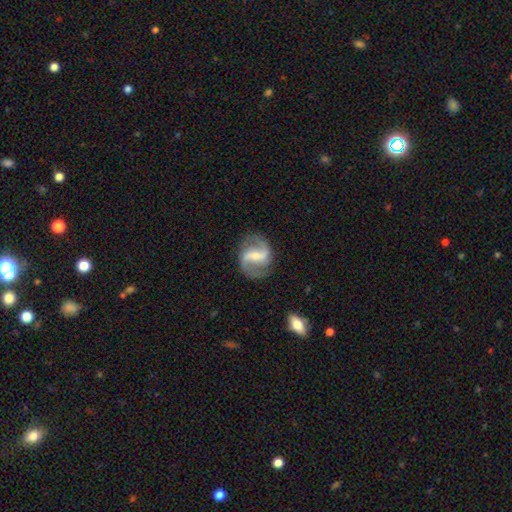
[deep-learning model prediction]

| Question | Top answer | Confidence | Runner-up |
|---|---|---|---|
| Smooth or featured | featured or disk | 87% | smooth (8%) |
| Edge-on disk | no | 98% | yes (2%) |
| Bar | strong | 44% | weak (40%) |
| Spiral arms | yes | 96% | no (4%) |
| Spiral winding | loose | 53% | medium (38%) |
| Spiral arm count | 2 | 93% | can't tell (2%) |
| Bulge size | small | 57% | moderate (32%) |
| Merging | none | 83% | minor disturbance (11%) |